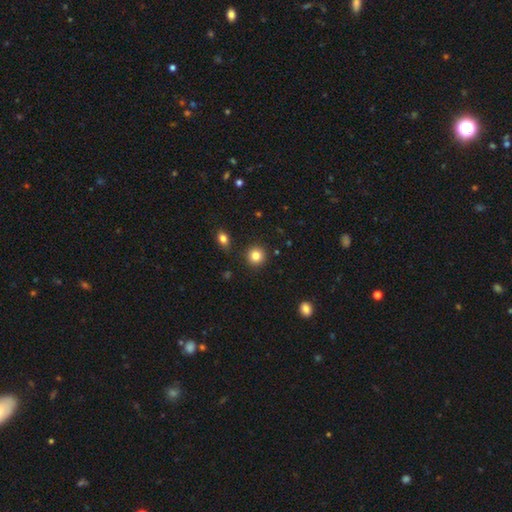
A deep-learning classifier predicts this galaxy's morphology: smooth 84%, star or artifact 10%, featured or disk 6%. Down the decision tree: how rounded — round (93%); merging — none (90%).